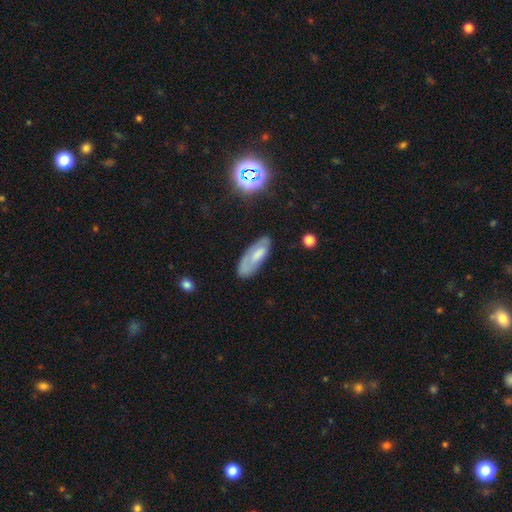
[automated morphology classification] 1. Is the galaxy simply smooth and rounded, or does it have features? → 51% smooth, 38% featured or disk, 11% star or artifact.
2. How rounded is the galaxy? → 70% in between, 28% cigar-shaped, 3% round.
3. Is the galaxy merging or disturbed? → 65% none, 24% minor disturbance, 8% major disturbance, 2% merger.